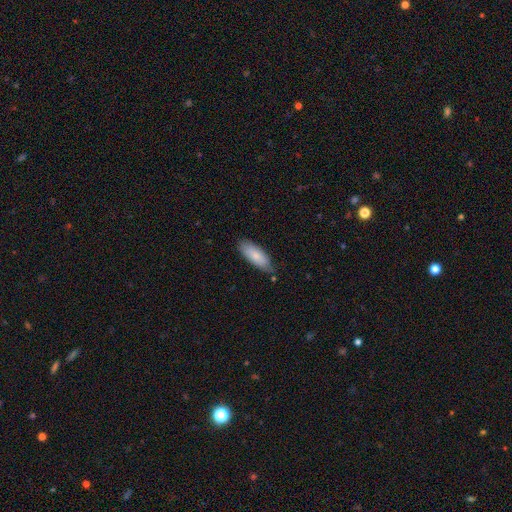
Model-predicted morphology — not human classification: Overall: smooth (81%). How rounded: in between (72%). Merging: none (75%).